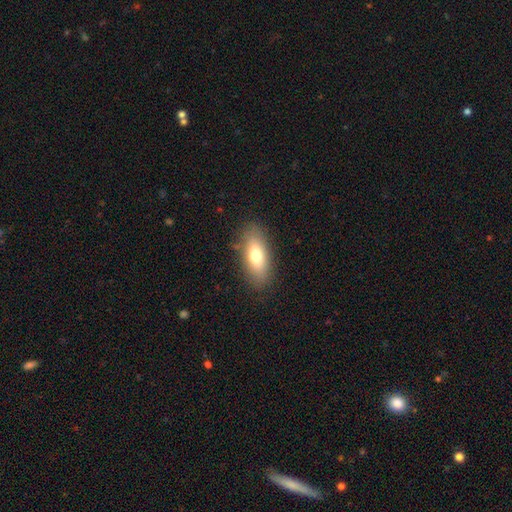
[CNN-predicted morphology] This is likely a smooth galaxy (73%). How rounded: likely in between (79%). Merging: clearly none (84%).